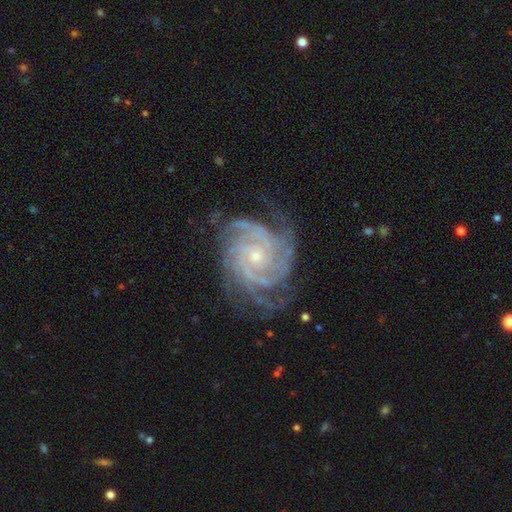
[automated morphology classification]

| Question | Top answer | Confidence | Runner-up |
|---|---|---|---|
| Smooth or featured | featured or disk | 92% | star or artifact (5%) |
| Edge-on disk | no | 98% | yes (2%) |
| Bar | no | 74% | weak (20%) |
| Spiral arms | yes | 99% | no (1%) |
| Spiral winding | tight | 75% | medium (23%) |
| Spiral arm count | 4 | 31% | 3 (24%) |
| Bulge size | small | 74% | moderate (22%) |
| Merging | none | 73% | minor disturbance (18%) |